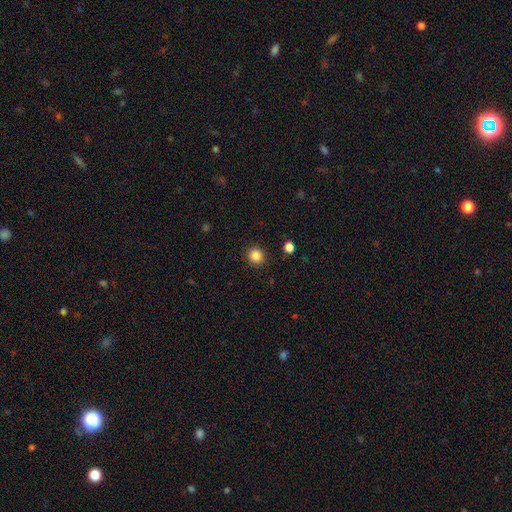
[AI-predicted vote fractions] This is clearly a smooth galaxy (85%). How rounded: clearly round (91%). Merging: clearly none (91%).